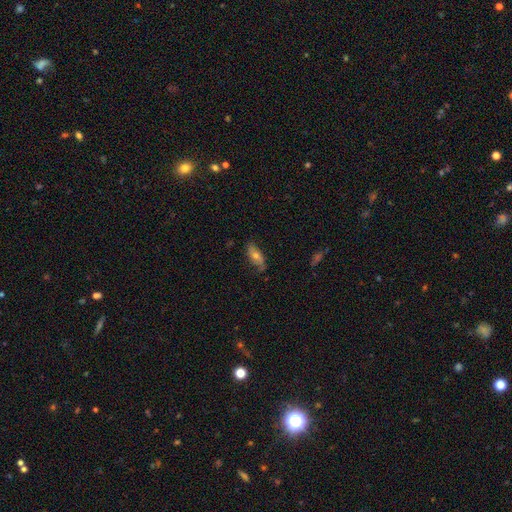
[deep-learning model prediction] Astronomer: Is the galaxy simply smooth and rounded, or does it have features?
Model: featured or disk — 47% (runner-up: smooth, 45%).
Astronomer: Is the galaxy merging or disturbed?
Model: none — 71%.